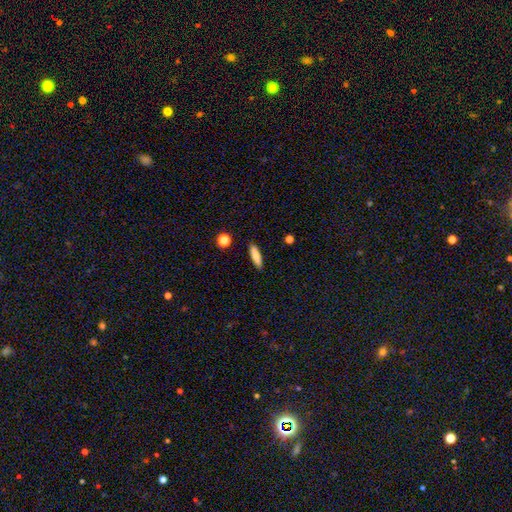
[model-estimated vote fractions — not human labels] Q: Smooth or featured?
A: smooth (81%); runner-up: featured or disk (12%)
Q: How rounded?
A: cigar-shaped (60%); runner-up: in between (38%)
Q: Merging?
A: none (88%); runner-up: minor disturbance (8%)